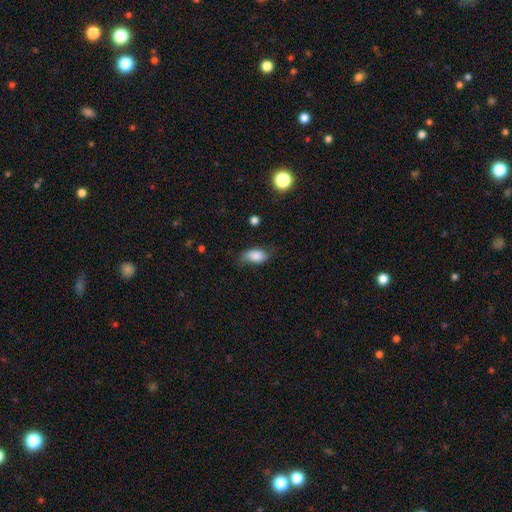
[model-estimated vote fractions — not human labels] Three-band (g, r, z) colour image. It shows a smooth galaxy with no disk features (80%) that is in between round and cigar-shaped (89%). Merging: none (60%).